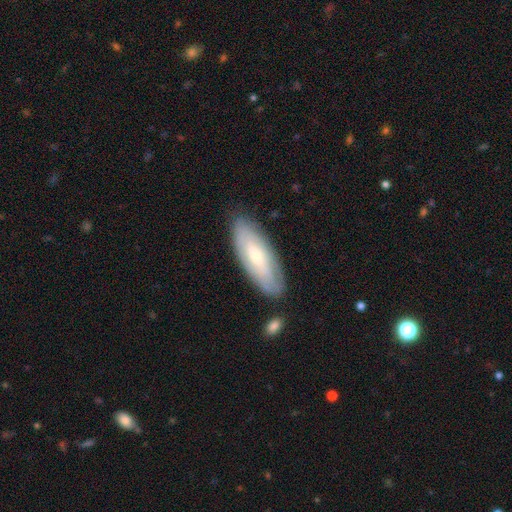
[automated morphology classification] Smooth or featured?
  - smooth: 50% *
  - featured or disk: 44%
  - star or artifact: 6%
How rounded?
  - in between: 67% *
  - cigar-shaped: 31%
  - round: 2%
Merging?
  - none: 81% *
  - minor disturbance: 13%
  - major disturbance: 3%
  - merger: 2%